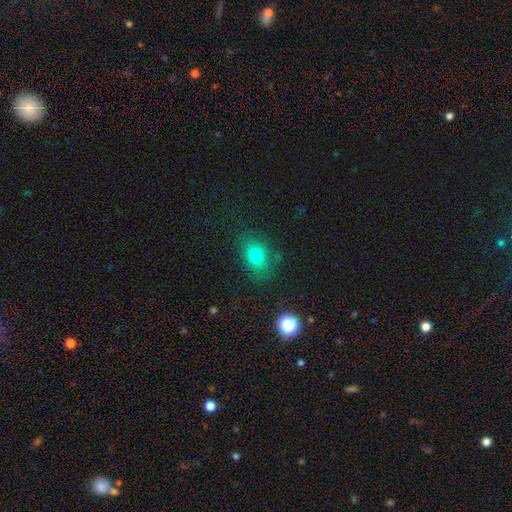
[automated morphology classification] The model was most divided on "how rounded": in between: 59%, round: 39%, cigar-shaped: 1%. More confident: merging — none (75%); smooth or featured — smooth (75%).